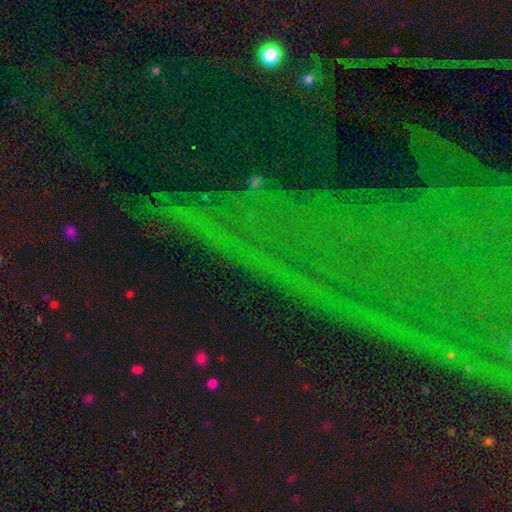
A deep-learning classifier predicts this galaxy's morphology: Smooth or featured: star or artifact — 82% (featured or disk — 10%)